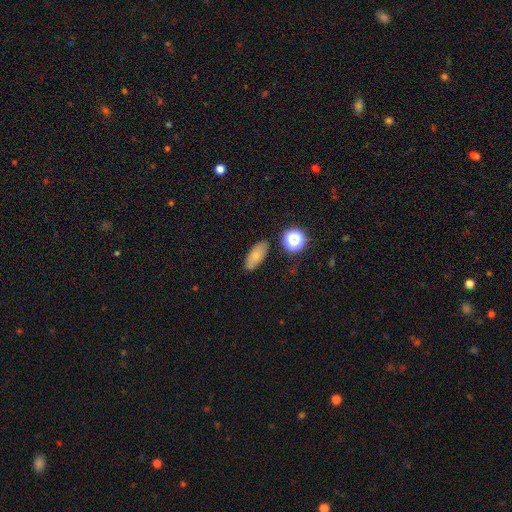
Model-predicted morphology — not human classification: Smooth or featured?
  - smooth: 75% *
  - featured or disk: 14%
  - star or artifact: 11%
How rounded?
  - in between: 82% *
  - cigar-shaped: 11%
  - round: 7%
Merging?
  - none: 78% *
  - minor disturbance: 15%
  - major disturbance: 4%
  - merger: 3%